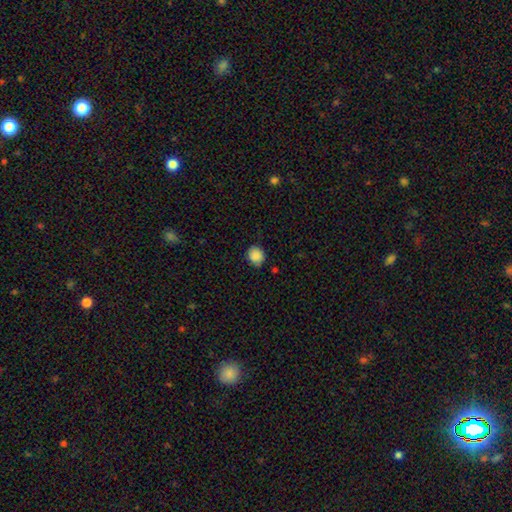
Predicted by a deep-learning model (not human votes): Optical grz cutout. It shows a smooth galaxy with no disk features (88%) that is round (72%). Merging: none (77%).